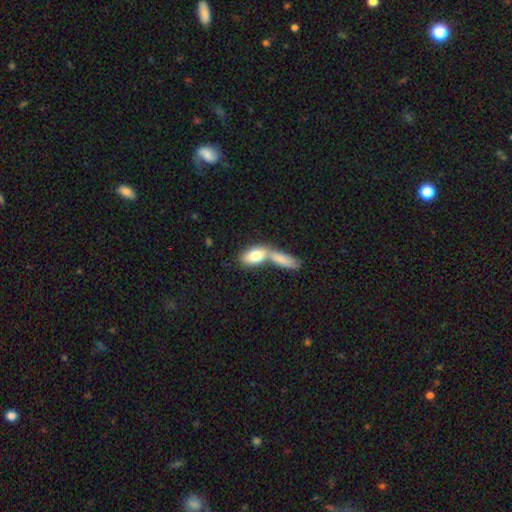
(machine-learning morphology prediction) type=smooth (76%); roundness=in between (85%); merging=merger (58%).